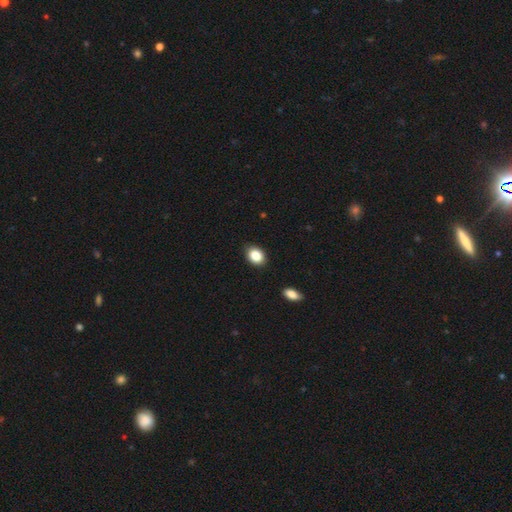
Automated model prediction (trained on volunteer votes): This is clearly a smooth galaxy (86%). How rounded: likely in between (69%). Merging: clearly none (87%).